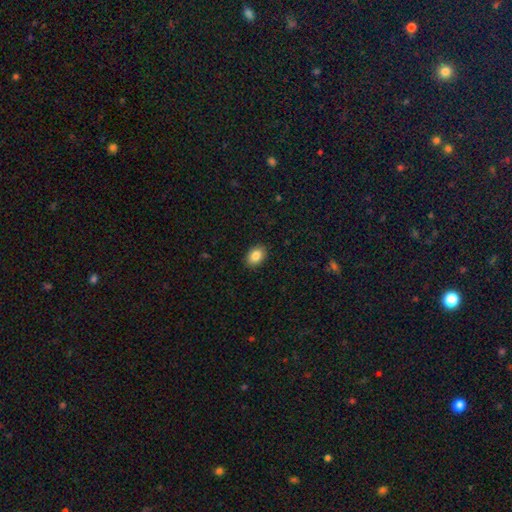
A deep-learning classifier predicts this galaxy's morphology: A smooth galaxy with no disk features (87%) that is in between round and cigar-shaped (78%). Merging: none (90%).